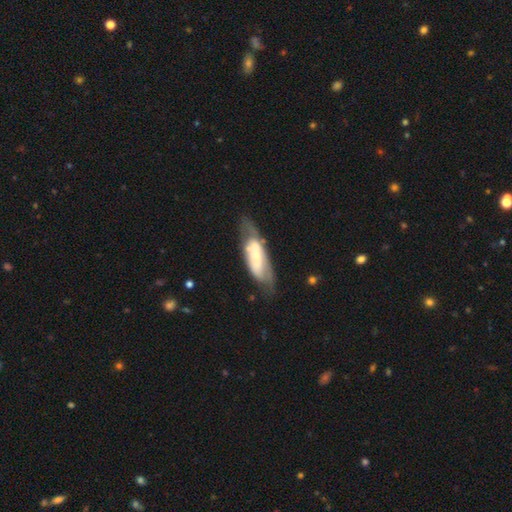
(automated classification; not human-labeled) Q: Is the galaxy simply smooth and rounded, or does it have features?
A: featured or disk — 56%.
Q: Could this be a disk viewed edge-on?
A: no — 79%.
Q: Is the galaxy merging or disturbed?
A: none — 51%.